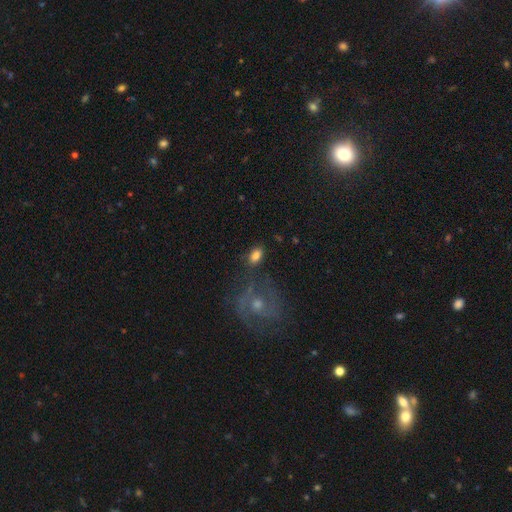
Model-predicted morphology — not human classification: Q: Smooth or featured?
A: smooth (81%); runner-up: featured or disk (11%)
Q: How rounded?
A: in between (88%); runner-up: round (10%)
Q: Merging?
A: none (76%); runner-up: minor disturbance (13%)